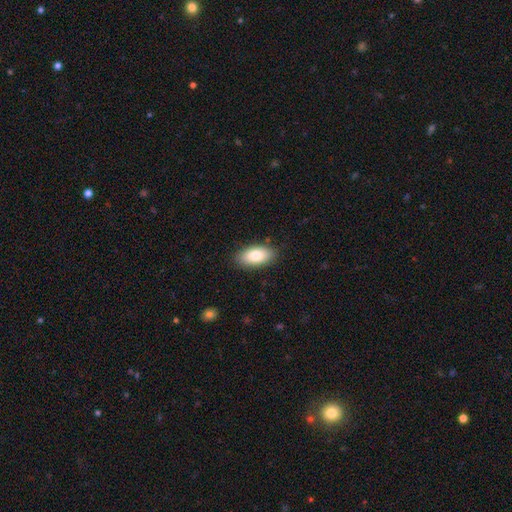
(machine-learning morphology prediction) Smooth or featured? Predicted: smooth (p=0.81). How rounded? Predicted: in between (p=0.92). Merging? Predicted: none (p=0.87).